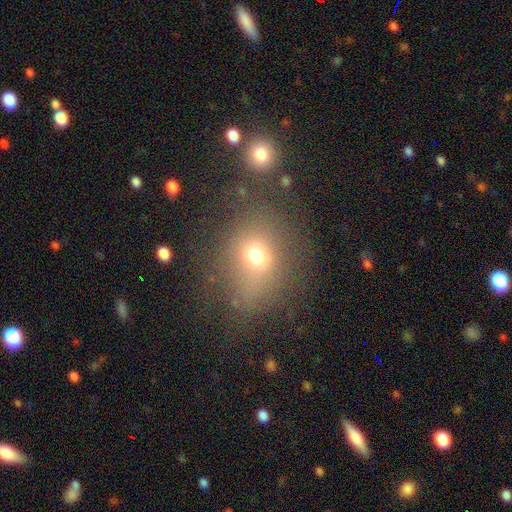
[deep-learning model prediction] Q: Smooth or featured?
A: smooth (65%); runner-up: star or artifact (19%)
Q: How rounded?
A: round (59%); runner-up: in between (40%)
Q: Merging?
A: none (62%); runner-up: minor disturbance (19%)